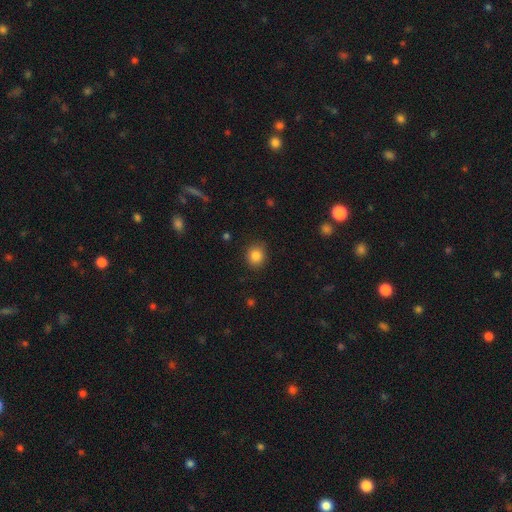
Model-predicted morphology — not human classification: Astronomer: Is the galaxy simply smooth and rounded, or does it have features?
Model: smooth — 84%.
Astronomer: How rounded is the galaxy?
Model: round — 80%.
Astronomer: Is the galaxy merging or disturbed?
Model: none — 87%.